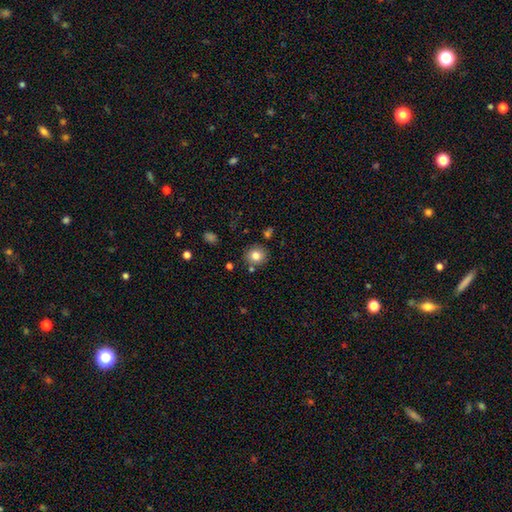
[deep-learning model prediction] Smooth or featured?
  - smooth: 80% *
  - star or artifact: 11%
  - featured or disk: 9%
How rounded?
  - round: 86% *
  - in between: 13%
  - cigar-shaped: 1%
Merging?
  - none: 82% *
  - minor disturbance: 9%
  - merger: 6%
  - major disturbance: 3%